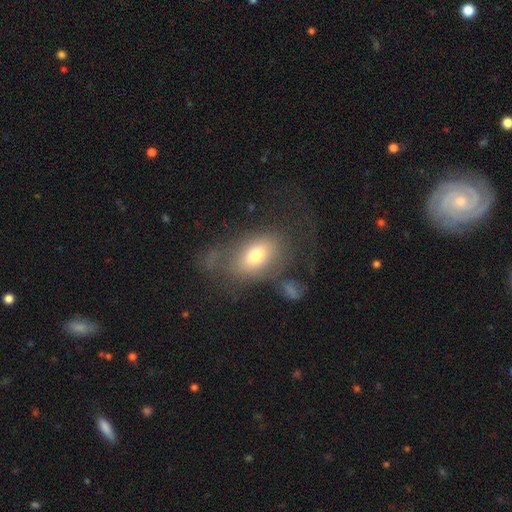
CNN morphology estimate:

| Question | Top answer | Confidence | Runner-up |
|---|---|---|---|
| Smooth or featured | smooth | 67% | featured or disk (23%) |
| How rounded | in between | 81% | round (17%) |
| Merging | none | 42% | major disturbance (31%) |